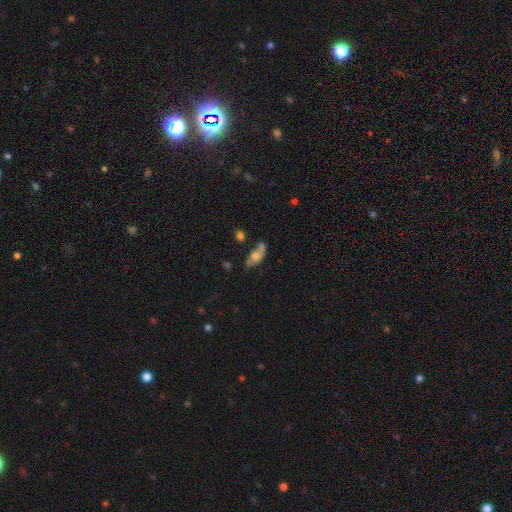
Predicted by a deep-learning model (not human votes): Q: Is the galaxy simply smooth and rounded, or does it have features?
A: smooth — 54%.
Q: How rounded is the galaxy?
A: in between — 82%.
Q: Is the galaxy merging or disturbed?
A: none — 42%.